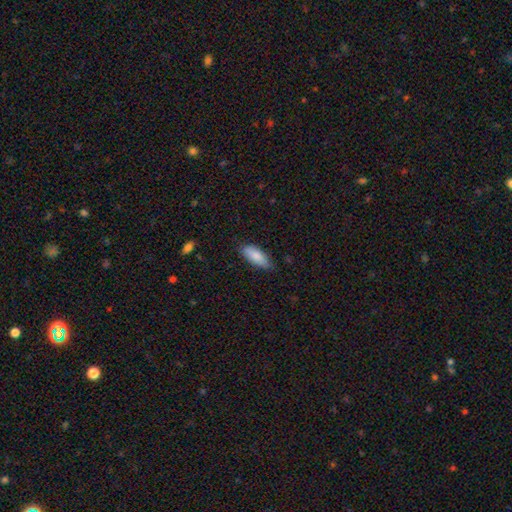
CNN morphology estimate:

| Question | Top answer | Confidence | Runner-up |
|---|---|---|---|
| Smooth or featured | smooth | 84% | featured or disk (10%) |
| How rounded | in between | 75% | cigar-shaped (23%) |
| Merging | none | 77% | minor disturbance (19%) |